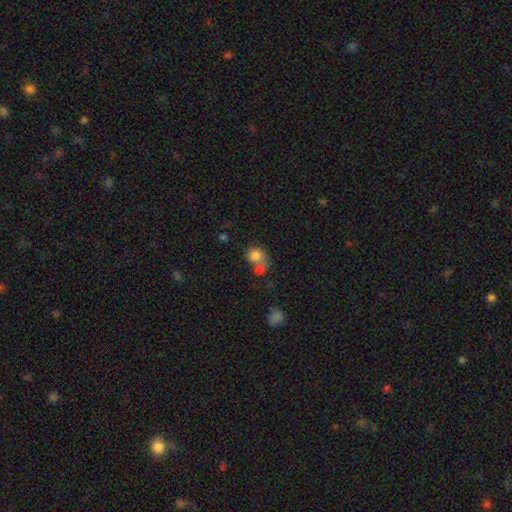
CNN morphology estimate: A smooth galaxy with no disk features (79%) that is round (64%).

Vote fractions:
- Smooth or featured? smooth: 79% / featured or disk: 12% / star or artifact: 10%
- How rounded? round: 64% / in between: 35% / cigar-shaped: 1%
- Merging? merger: 49% / none: 32% / minor disturbance: 12% / major disturbance: 8%